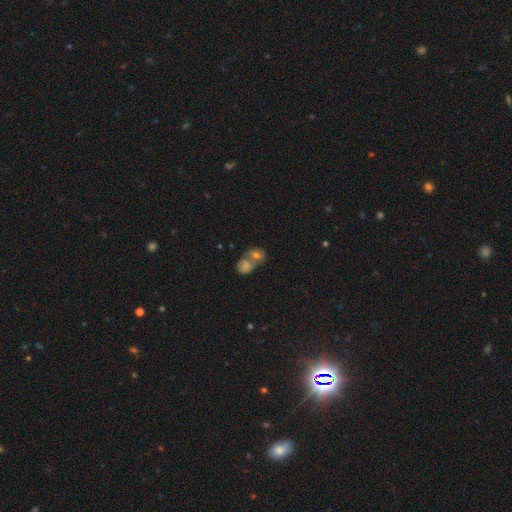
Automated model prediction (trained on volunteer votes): smooth 52%, featured or disk 27%, star or artifact 20%. Down the decision tree: how rounded — round (55%); merging — merger (58%).